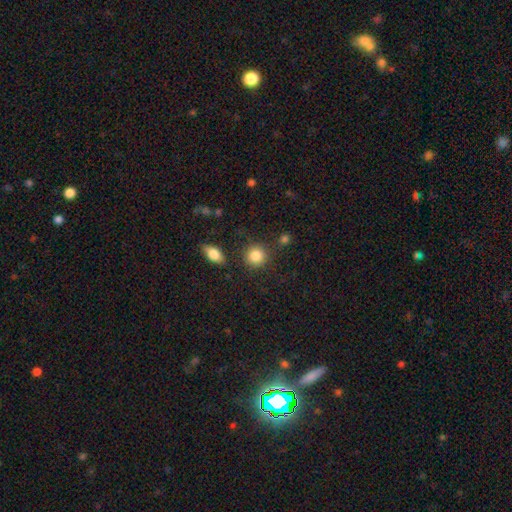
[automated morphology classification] Smooth or featured: smooth — 86% (star or artifact — 9%)
How rounded: round — 89% (in between — 10%)
Merging: none — 84% (minor disturbance — 8%)